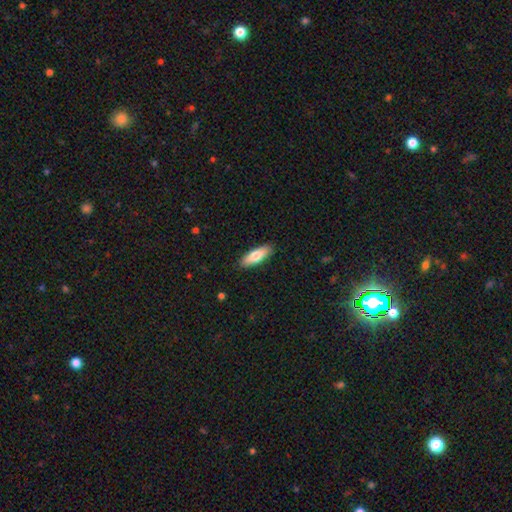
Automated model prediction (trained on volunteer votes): Smooth or featured? smooth (76%)
How rounded? in between (56%)
Merging? none (89%)